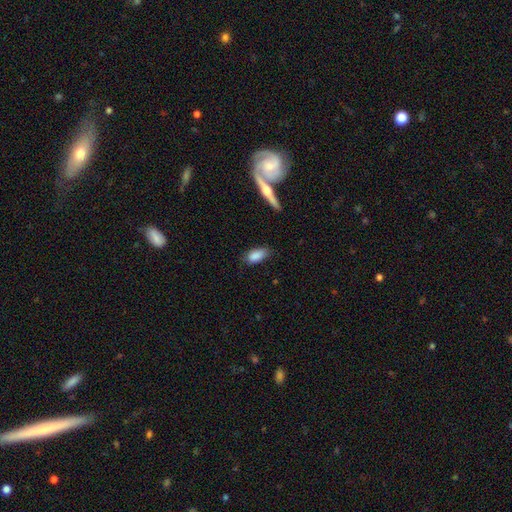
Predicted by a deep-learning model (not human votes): This appears to be a smooth galaxy with no disk features (86%) that is in between round and cigar-shaped (86%). Merging: none (75%).